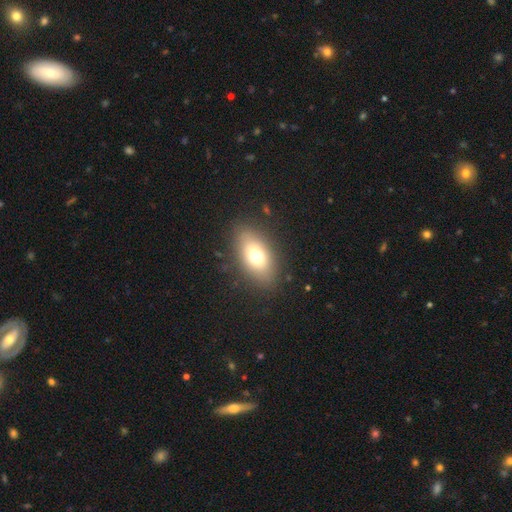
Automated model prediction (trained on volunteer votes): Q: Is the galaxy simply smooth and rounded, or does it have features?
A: smooth — 71%.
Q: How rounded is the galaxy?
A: in between — 85%.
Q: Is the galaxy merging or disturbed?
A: none — 84%.